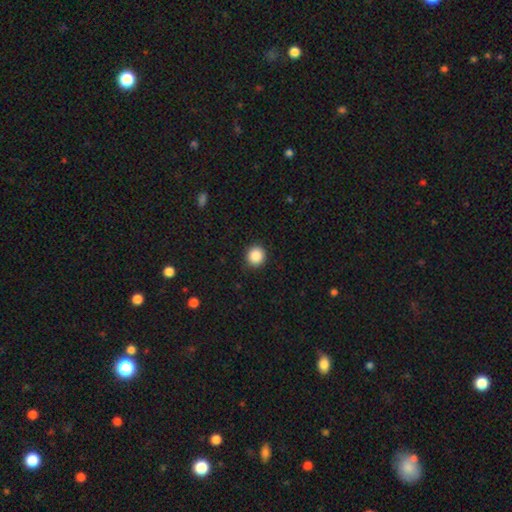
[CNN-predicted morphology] smooth 88%, star or artifact 9%, featured or disk 3%. Down the decision tree: how rounded — round (92%); merging — none (92%).